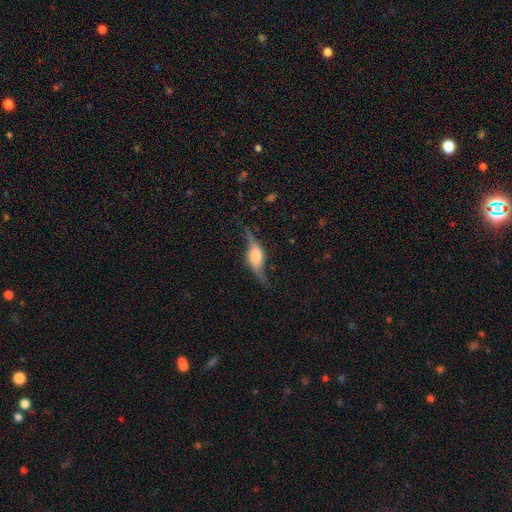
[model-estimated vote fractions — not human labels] featured or disk 76%, smooth 17%, star or artifact 7%. Down the decision tree: edge-on disk — no (52%); merging — none (64%).